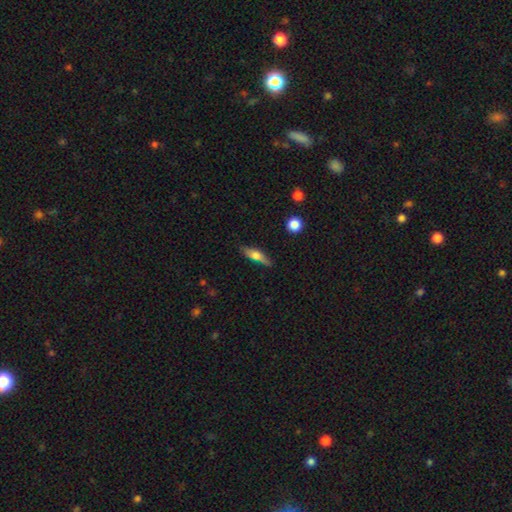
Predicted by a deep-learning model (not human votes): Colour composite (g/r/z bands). It shows a smooth galaxy with no disk features (56%) that is cigar-shaped (64%). Merging: none (77%).